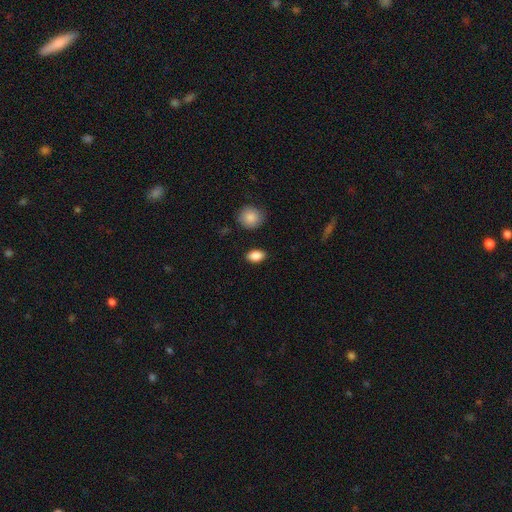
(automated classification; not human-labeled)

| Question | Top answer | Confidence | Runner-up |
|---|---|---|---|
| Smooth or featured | smooth | 88% | star or artifact (8%) |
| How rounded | in between | 88% | round (10%) |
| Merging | none | 87% | minor disturbance (9%) |